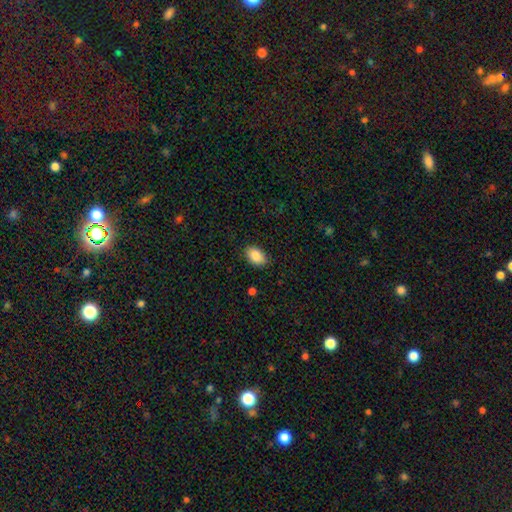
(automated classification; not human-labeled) The model was most divided on "how rounded": in between: 87%, round: 11%, cigar-shaped: 1%. More confident: smooth or featured — smooth (87%); merging — none (87%).